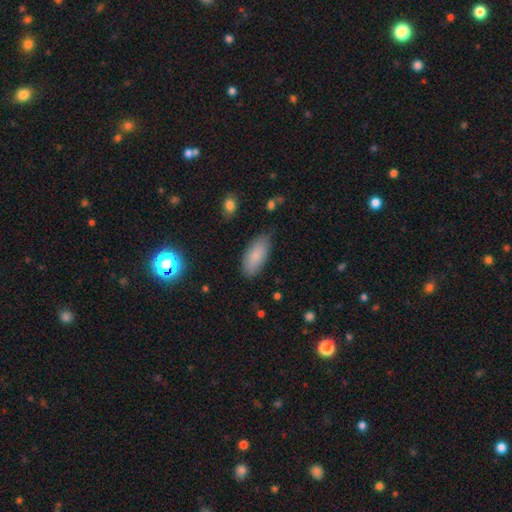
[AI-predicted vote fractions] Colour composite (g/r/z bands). It shows a smooth galaxy with no disk features (84%) that is in between round and cigar-shaped (87%). Merging: none (81%).